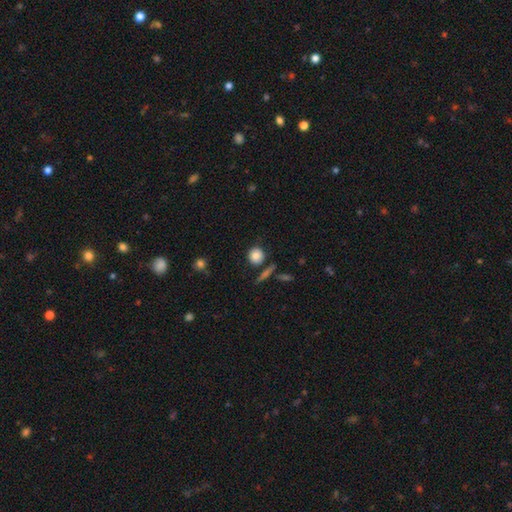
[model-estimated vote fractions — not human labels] This appears to be a smooth galaxy with no disk features (80%) that is round (88%). Merging: none (79%).